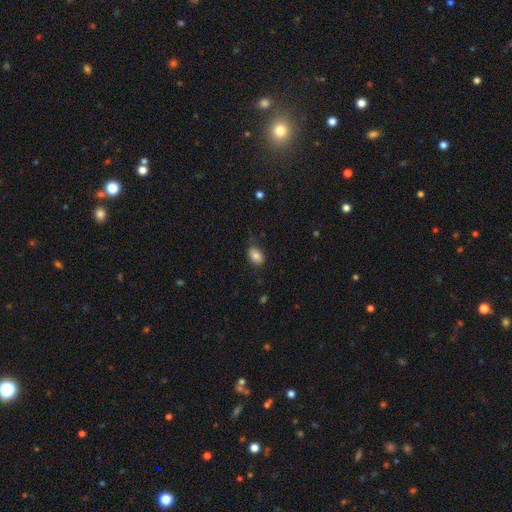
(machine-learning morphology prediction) This appears to be a smooth galaxy with no disk features (84%) that is in between round and cigar-shaped (86%). Merging: none (75%).